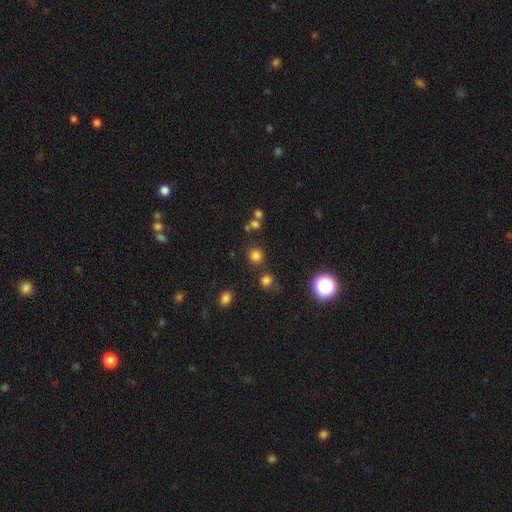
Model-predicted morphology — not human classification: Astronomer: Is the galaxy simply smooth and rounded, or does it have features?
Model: smooth — 76%.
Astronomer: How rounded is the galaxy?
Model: round — 89%.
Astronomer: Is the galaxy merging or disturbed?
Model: none — 78%.